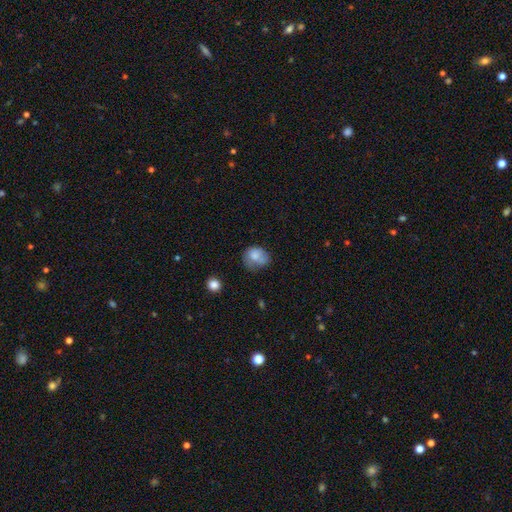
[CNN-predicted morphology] smooth 72%, featured or disk 19%, star or artifact 9%. Down the decision tree: how rounded — round (59%); merging — none (37%).